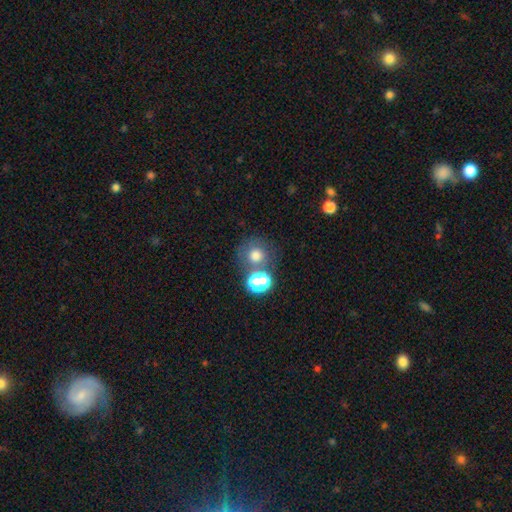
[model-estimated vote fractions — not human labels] The model was most divided on "merging": none: 60%, merger: 23%, minor disturbance: 10%, major disturbance: 6%. More confident: how rounded — round (87%); smooth or featured — smooth (70%).